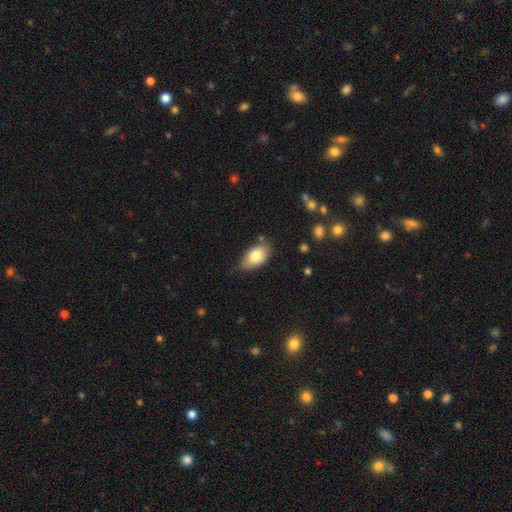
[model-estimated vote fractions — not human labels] The model was most divided on "merging": none: 73%, minor disturbance: 21%, major disturbance: 3%, merger: 3%. More confident: how rounded — in between (93%); smooth or featured — smooth (80%).